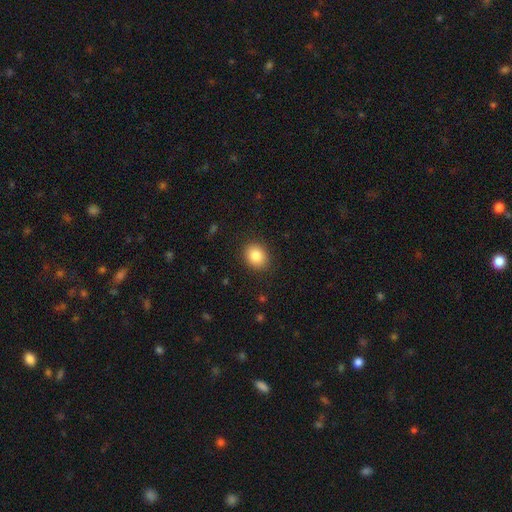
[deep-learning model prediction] This is clearly a smooth galaxy (85%). How rounded: possibly round (57%). Merging: clearly none (88%).